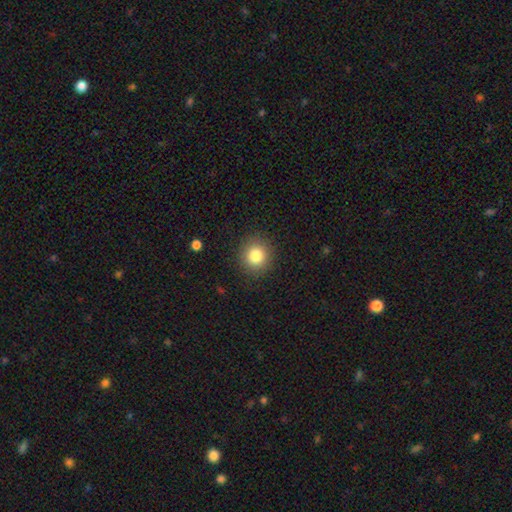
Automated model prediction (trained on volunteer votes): Smooth or featured?
  - smooth: 83% *
  - star or artifact: 10%
  - featured or disk: 6%
How rounded?
  - round: 90% *
  - in between: 9%
  - cigar-shaped: 1%
Merging?
  - none: 89% *
  - minor disturbance: 7%
  - major disturbance: 3%
  - merger: 1%